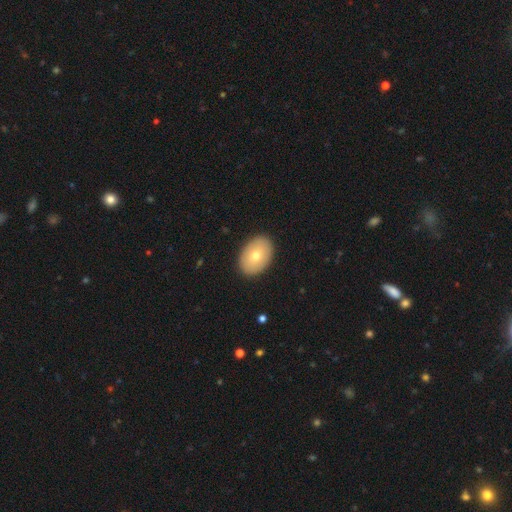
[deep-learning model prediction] This appears to be a smooth galaxy with no disk features (71%) that is in between round and cigar-shaped (84%). Merging: none (90%).